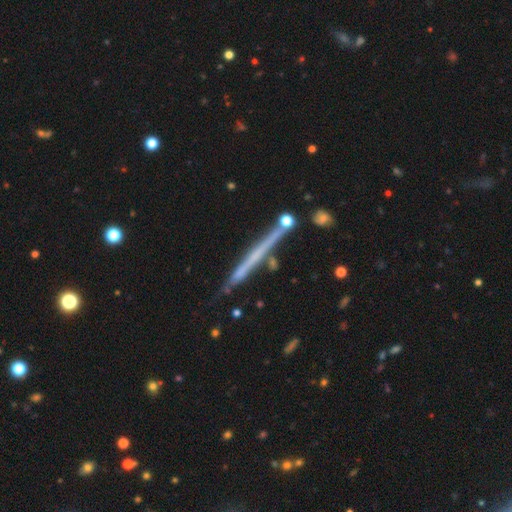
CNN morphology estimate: A featured or disk galaxy (57%) viewed edge-on (97%) with no central bulge (90%). Merging: none (83%).